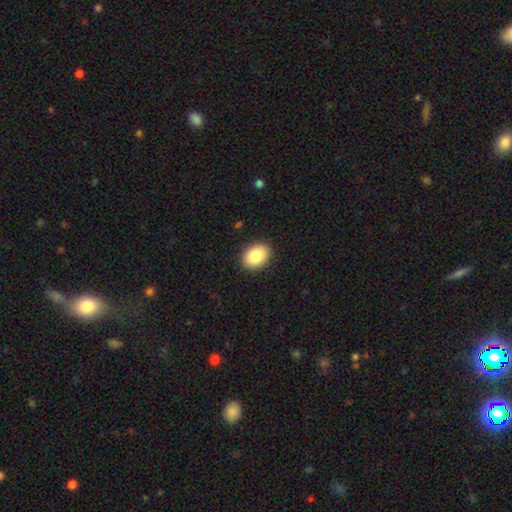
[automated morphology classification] The model was most divided on "how rounded": in between: 70%, round: 29%, cigar-shaped: 1%. More confident: merging — none (90%); smooth or featured — smooth (85%).